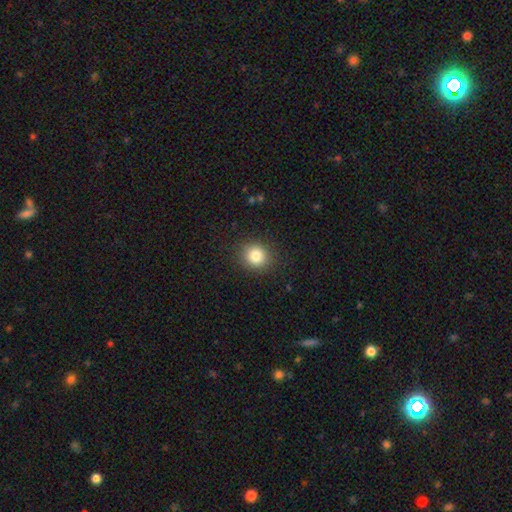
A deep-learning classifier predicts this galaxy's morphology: Q: Smooth or featured?
A: smooth (82%); runner-up: star or artifact (11%)
Q: How rounded?
A: round (83%); runner-up: in between (16%)
Q: Merging?
A: none (89%); runner-up: minor disturbance (7%)